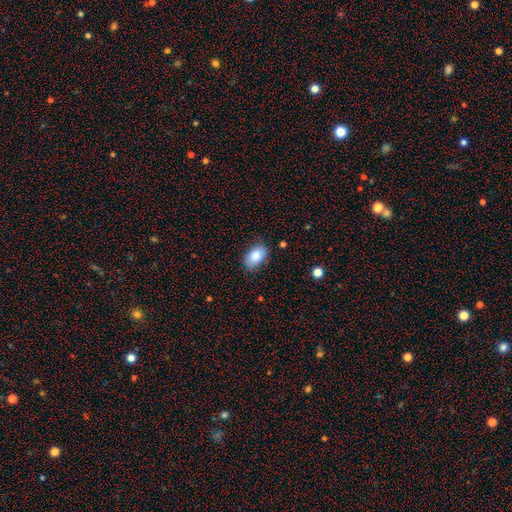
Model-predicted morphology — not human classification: Q: Smooth or featured?
A: smooth (84%); runner-up: featured or disk (9%)
Q: How rounded?
A: in between (88%); runner-up: round (10%)
Q: Merging?
A: none (79%); runner-up: minor disturbance (16%)